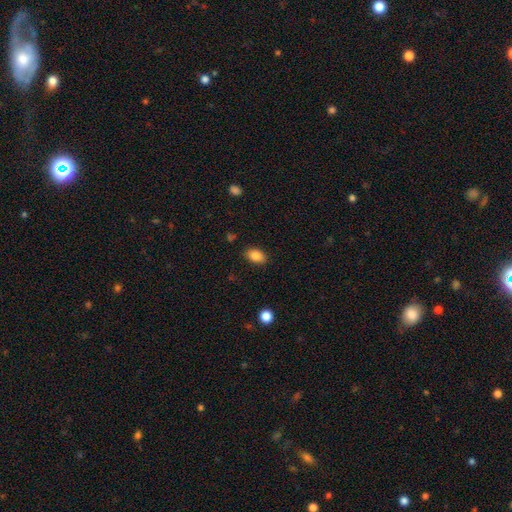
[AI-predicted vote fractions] This appears to be a smooth galaxy with no disk features (86%) that is in between round and cigar-shaped (86%). Merging: none (86%).